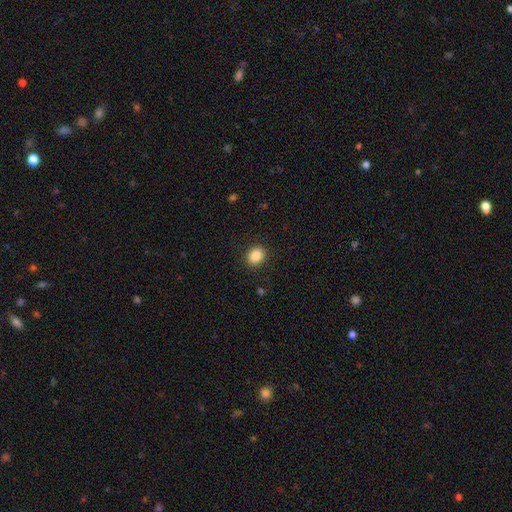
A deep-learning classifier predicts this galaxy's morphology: smooth 87%, star or artifact 9%, featured or disk 4%. Down the decision tree: how rounded — round (67%); merging — none (90%).